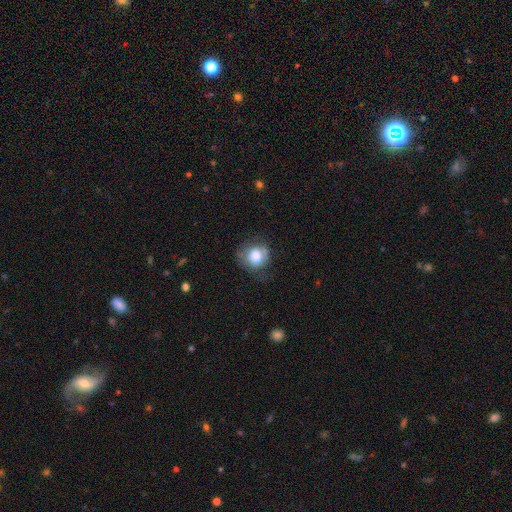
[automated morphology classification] A smooth galaxy with no disk features (75%) that is round (81%). Merging: none (63%).